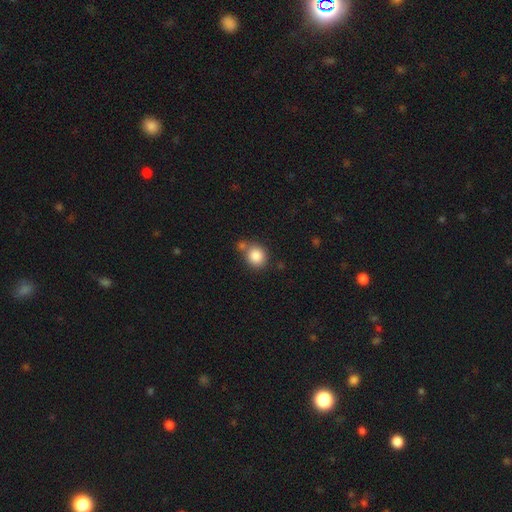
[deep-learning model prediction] Q: Smooth or featured?
A: smooth (85%); runner-up: star or artifact (9%)
Q: How rounded?
A: round (83%); runner-up: in between (16%)
Q: Merging?
A: none (62%); runner-up: merger (23%)